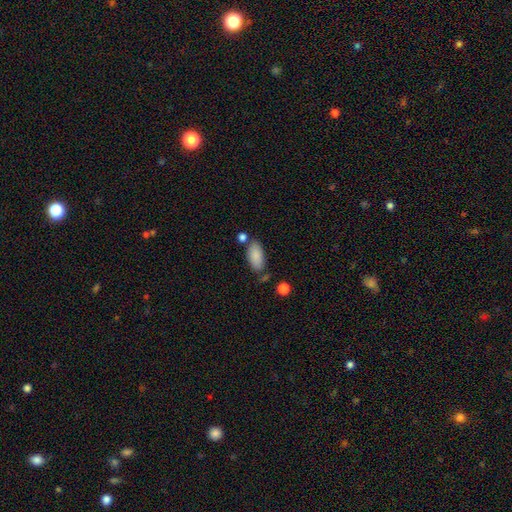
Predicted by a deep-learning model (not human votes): A smooth galaxy with no disk features (87%) that is in between round and cigar-shaped (92%).

Vote fractions:
- Smooth or featured? smooth: 87% / featured or disk: 7% / star or artifact: 6%
- How rounded? in between: 92% / cigar-shaped: 6% / round: 2%
- Merging? none: 69% / minor disturbance: 17% / merger: 10% / major disturbance: 4%